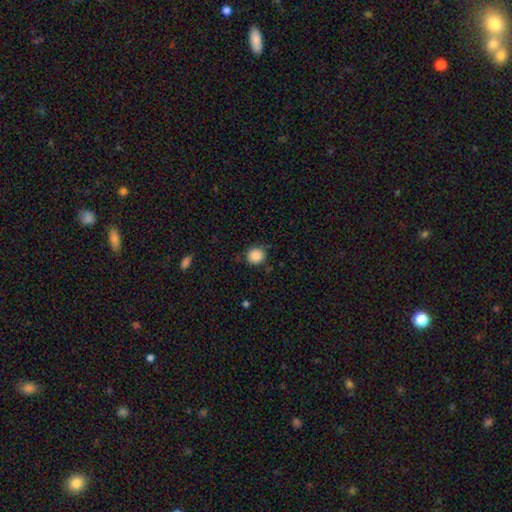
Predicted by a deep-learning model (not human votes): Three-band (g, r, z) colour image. It shows a smooth galaxy with no disk features (87%) that is round (88%). Merging: none (76%).